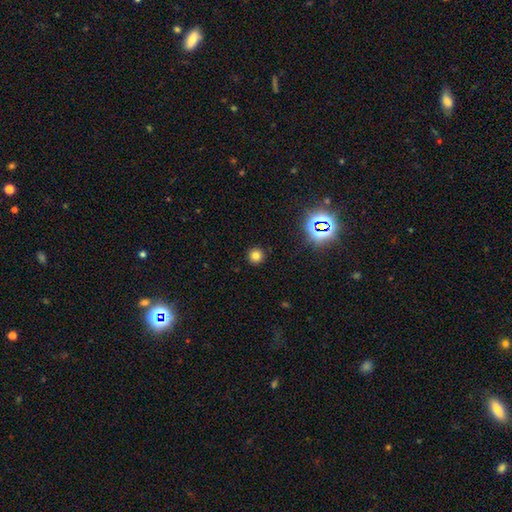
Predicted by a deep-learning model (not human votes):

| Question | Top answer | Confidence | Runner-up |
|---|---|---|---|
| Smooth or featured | smooth | 77% | star or artifact (17%) |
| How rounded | round | 95% | in between (4%) |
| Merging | none | 92% | minor disturbance (5%) |